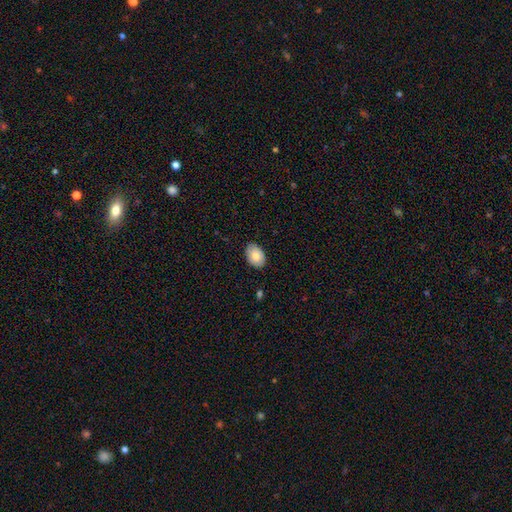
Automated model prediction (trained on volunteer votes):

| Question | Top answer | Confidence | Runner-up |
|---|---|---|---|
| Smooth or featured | smooth | 82% | featured or disk (12%) |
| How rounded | in between | 84% | round (15%) |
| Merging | none | 85% | minor disturbance (11%) |